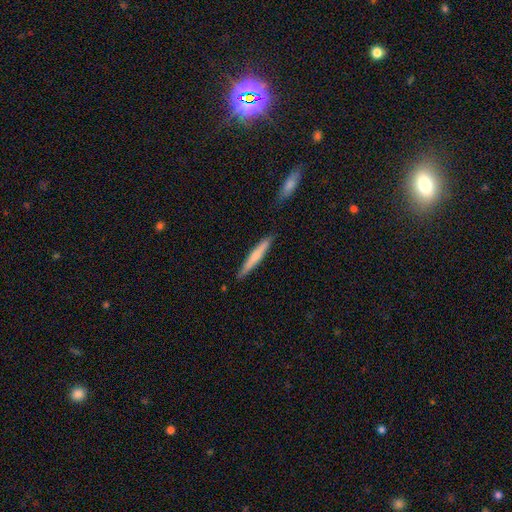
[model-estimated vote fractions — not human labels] The model was most divided on "smooth or featured": smooth: 59%, featured or disk: 36%, star or artifact: 5%. More confident: how rounded — cigar-shaped (95%); merging — none (87%).